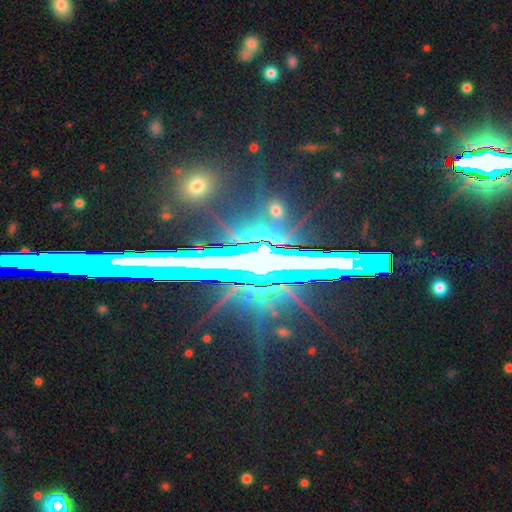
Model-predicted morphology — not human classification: The model was most divided on "smooth or featured": star or artifact: 66%, featured or disk: 19%, smooth: 15%.